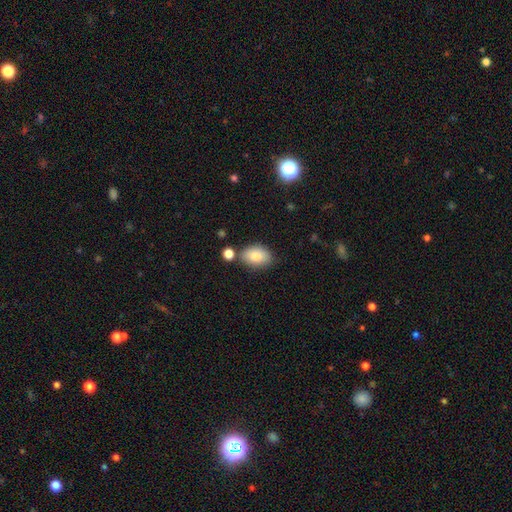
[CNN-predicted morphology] This appears to be a smooth galaxy with no disk features (85%) that is in between round and cigar-shaped (86%). Merging: none (73%).